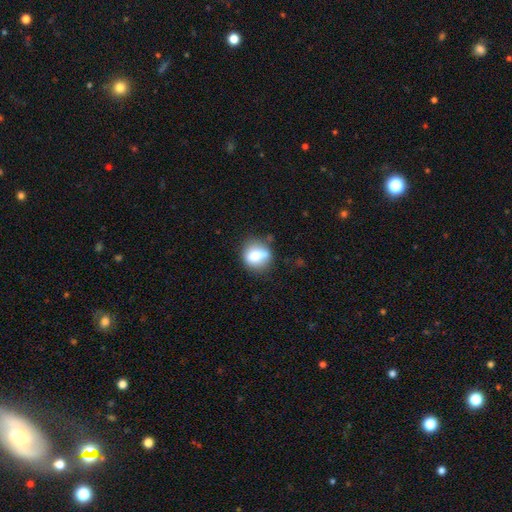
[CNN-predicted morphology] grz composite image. It shows a smooth galaxy with no disk features (71%) that is round (64%). Merging: none (62%).